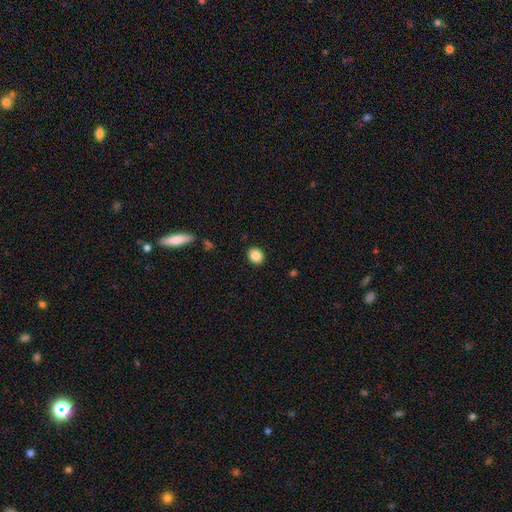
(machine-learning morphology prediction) Overall: smooth (86%). How rounded: round (55%; in between 44%). Merging: none (90%).